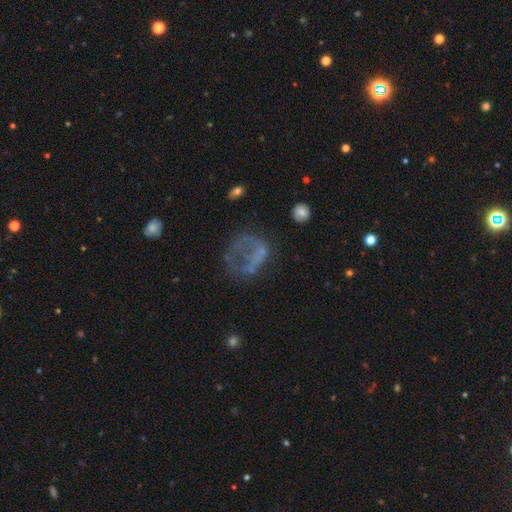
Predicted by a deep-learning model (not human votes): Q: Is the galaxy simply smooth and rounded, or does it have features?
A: featured or disk — 45%.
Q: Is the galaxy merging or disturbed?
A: major disturbance — 42%.